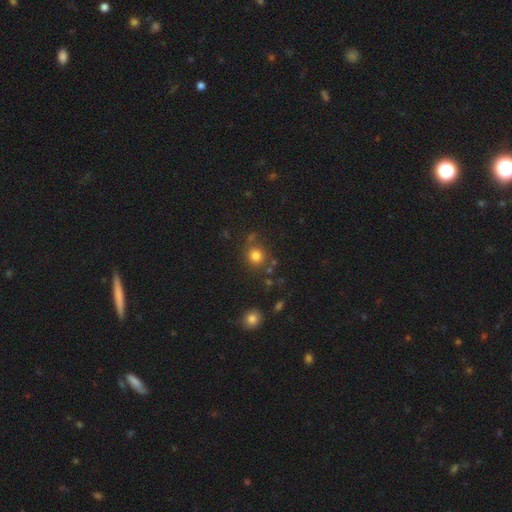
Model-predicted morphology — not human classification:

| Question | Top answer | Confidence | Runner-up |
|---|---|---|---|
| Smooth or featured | smooth | 80% | star or artifact (14%) |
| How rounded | round | 88% | in between (11%) |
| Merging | none | 76% | minor disturbance (10%) |